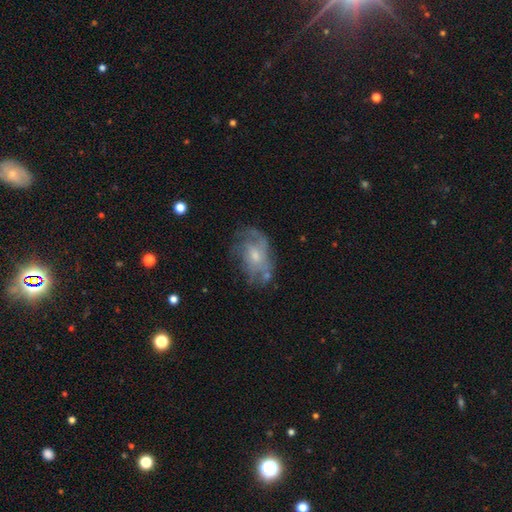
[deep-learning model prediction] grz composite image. It shows a featured or disk galaxy (63%) with no bar (70%), spiral arms (63%) and a small central bulge (55%). Merging: none (49%).